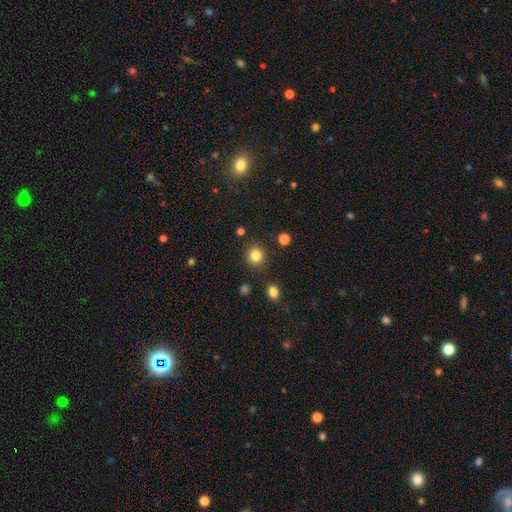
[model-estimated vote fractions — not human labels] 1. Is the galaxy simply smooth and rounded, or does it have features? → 84% smooth, 12% star or artifact, 5% featured or disk.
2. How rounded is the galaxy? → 90% round, 9% in between, 1% cigar-shaped.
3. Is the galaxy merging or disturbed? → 87% none, 8% minor disturbance, 3% major disturbance, 3% merger.